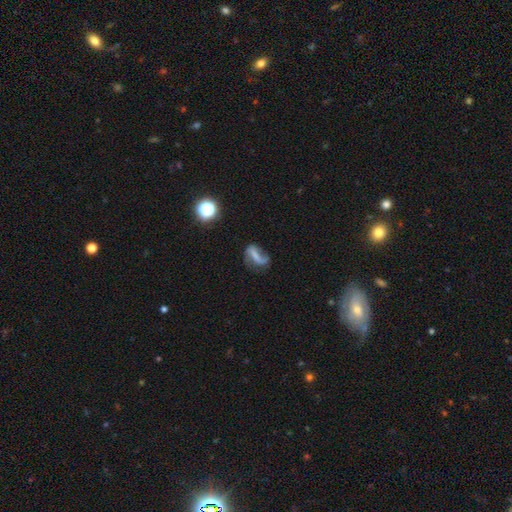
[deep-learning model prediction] This is likely a featured or disk galaxy (61%). It is clearly not viewed edge-on (95%). Bar: possibly strong (51%). Spiral arm pattern: likely yes (79%). Central bulge: possibly none (54%). Merging: possibly none (50%).